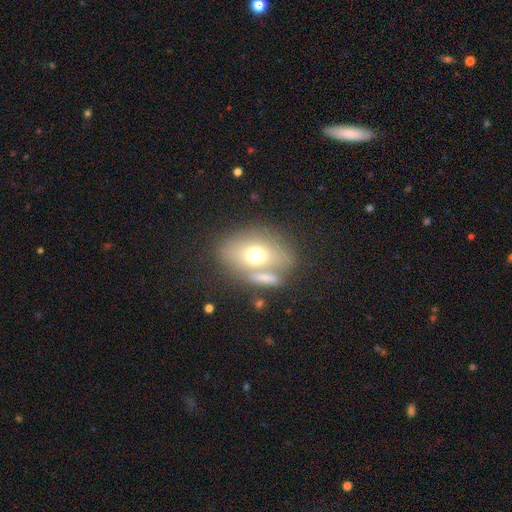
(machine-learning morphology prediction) smooth 64%, featured or disk 26%, star or artifact 10%. Down the decision tree: how rounded — in between (73%); merging — none (54%).